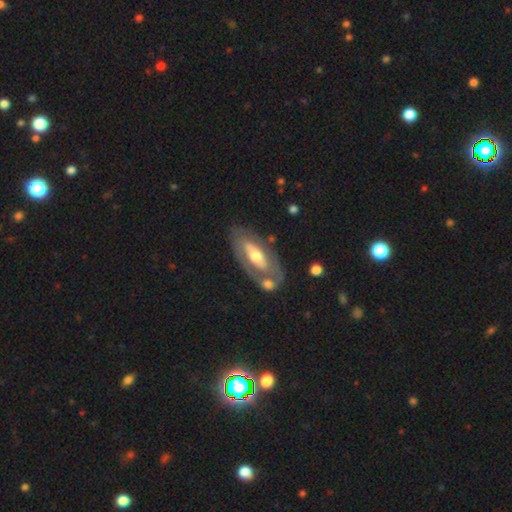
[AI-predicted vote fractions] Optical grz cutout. It shows a featured or disk galaxy (64%) with no bar (60%), no spiral arms (62%) and a moderate central bulge (64%). Merging: none (63%).